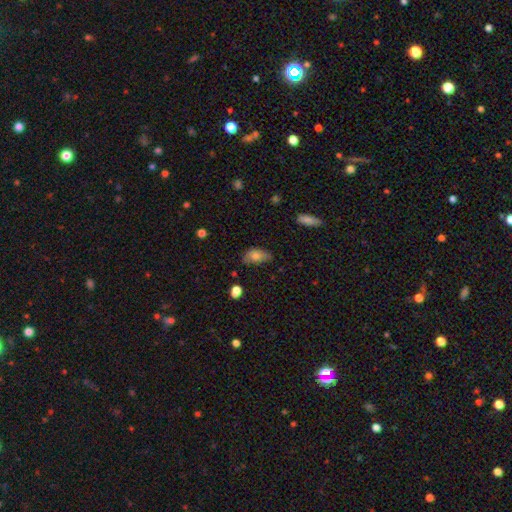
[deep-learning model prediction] Q: Smooth or featured?
A: smooth (74%); runner-up: featured or disk (17%)
Q: How rounded?
A: in between (89%); runner-up: round (7%)
Q: Merging?
A: none (59%); runner-up: minor disturbance (31%)